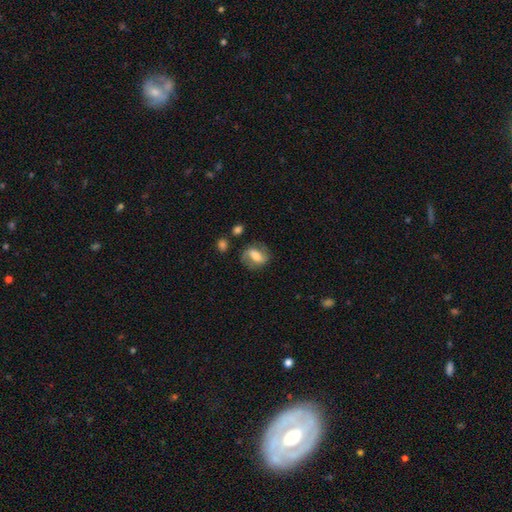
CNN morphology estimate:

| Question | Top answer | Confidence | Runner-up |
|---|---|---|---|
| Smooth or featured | featured or disk | 51% | smooth (41%) |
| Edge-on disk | no | 94% | yes (6%) |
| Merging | none | 71% | minor disturbance (17%) |